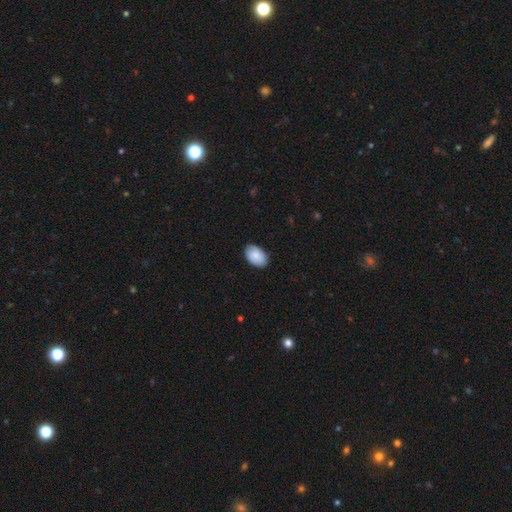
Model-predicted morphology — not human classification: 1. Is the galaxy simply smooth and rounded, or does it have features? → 87% smooth, 7% featured or disk, 6% star or artifact.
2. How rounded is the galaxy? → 90% in between, 9% round, 1% cigar-shaped.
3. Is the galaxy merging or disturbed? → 84% none, 13% minor disturbance, 2% major disturbance, 1% merger.